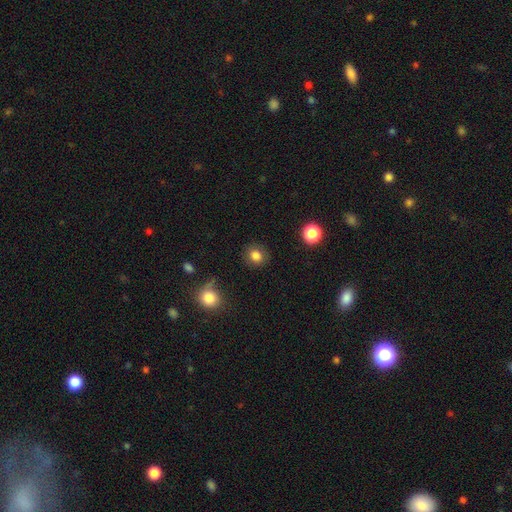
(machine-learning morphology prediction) Smooth or featured? smooth (83%)
How rounded? round (77%)
Merging? none (86%)